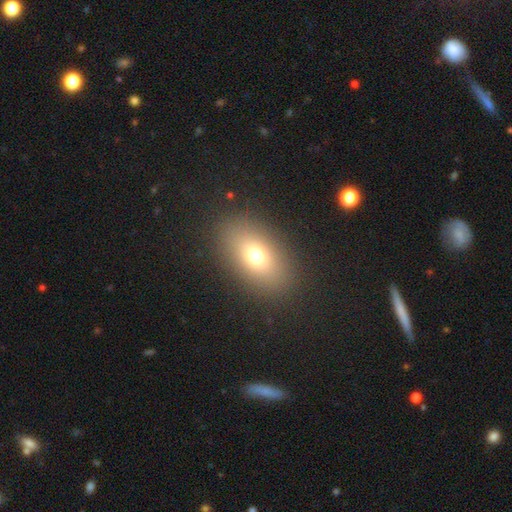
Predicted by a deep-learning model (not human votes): A smooth galaxy with no disk features (72%) that is in between round and cigar-shaped (85%). Merging: none (88%).